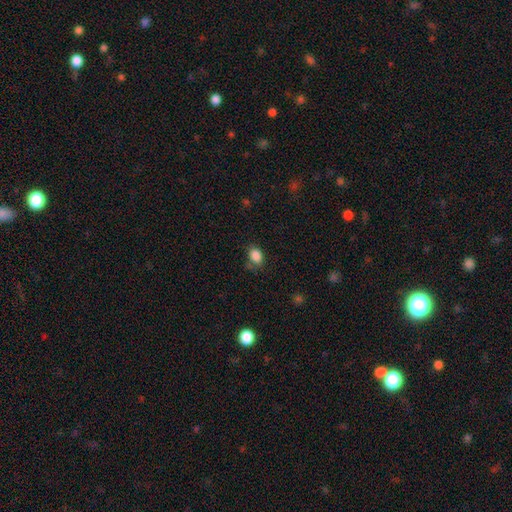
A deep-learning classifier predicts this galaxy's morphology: A smooth galaxy with no disk features (86%) that is in between round and cigar-shaped (70%).

Vote fractions:
- Smooth or featured? smooth: 86% / star or artifact: 10% / featured or disk: 4%
- How rounded? in between: 70% / round: 28% / cigar-shaped: 1%
- Merging? none: 65% / minor disturbance: 24% / major disturbance: 7% / merger: 4%